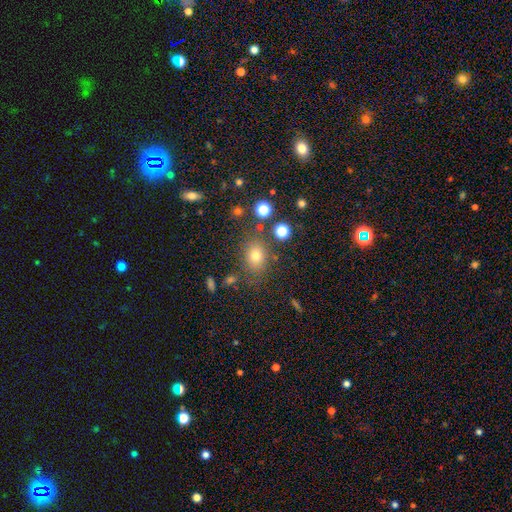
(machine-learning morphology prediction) smooth 71%, star or artifact 18%, featured or disk 11%. Down the decision tree: how rounded — in between (60%); merging — none (77%).